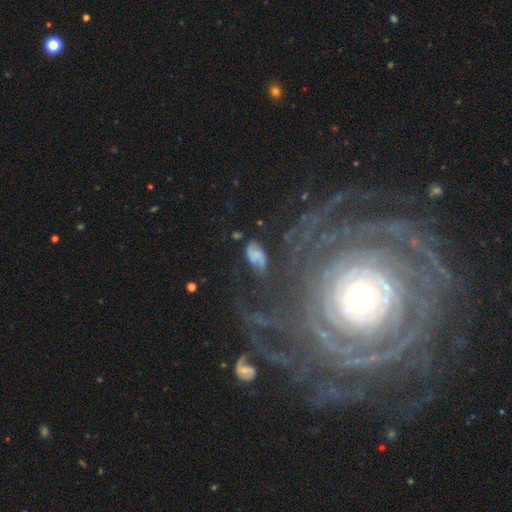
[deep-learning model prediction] Morphology: type=featured or disk (45%); merging=none (46%).